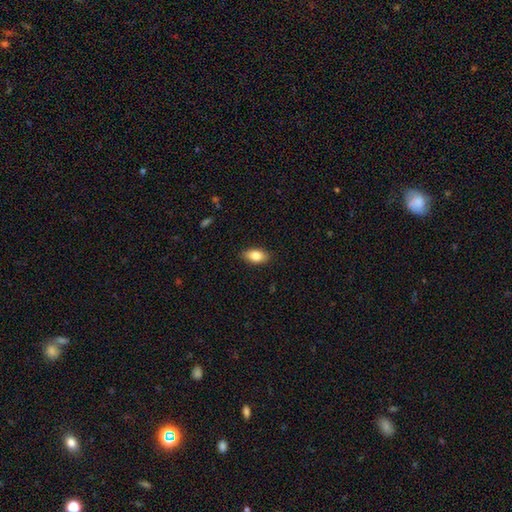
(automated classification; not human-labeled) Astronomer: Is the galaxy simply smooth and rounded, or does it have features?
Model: smooth — 84%.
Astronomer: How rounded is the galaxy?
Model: in between — 90%.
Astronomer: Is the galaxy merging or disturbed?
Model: none — 86%.